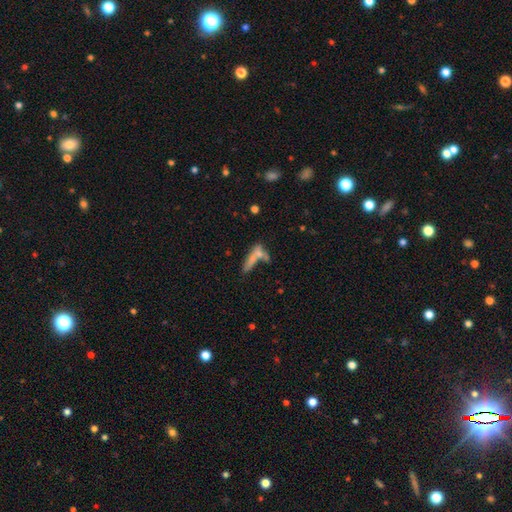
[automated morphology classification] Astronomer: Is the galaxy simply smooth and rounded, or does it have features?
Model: smooth — 63%.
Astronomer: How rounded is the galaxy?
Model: cigar-shaped — 68%.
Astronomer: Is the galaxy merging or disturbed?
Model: merger — 41% (runner-up: none, 37%).